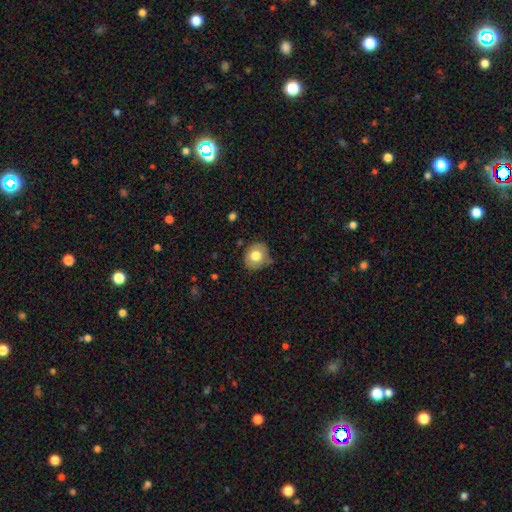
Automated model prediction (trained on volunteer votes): This is likely a smooth galaxy (72%). How rounded: likely round (62%). Merging: likely none (74%).